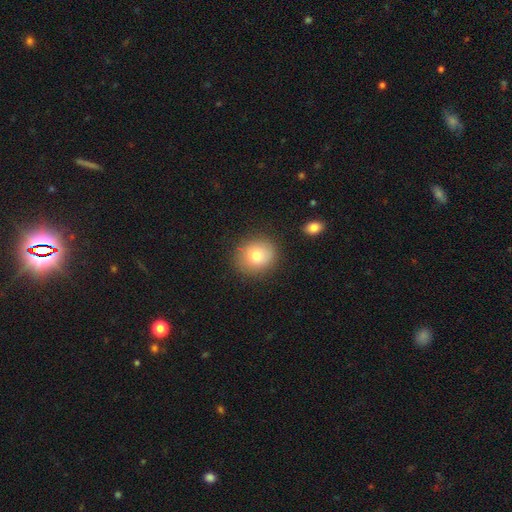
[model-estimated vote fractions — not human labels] Smooth or featured? smooth (79%)
How rounded? round (78%)
Merging? none (86%)